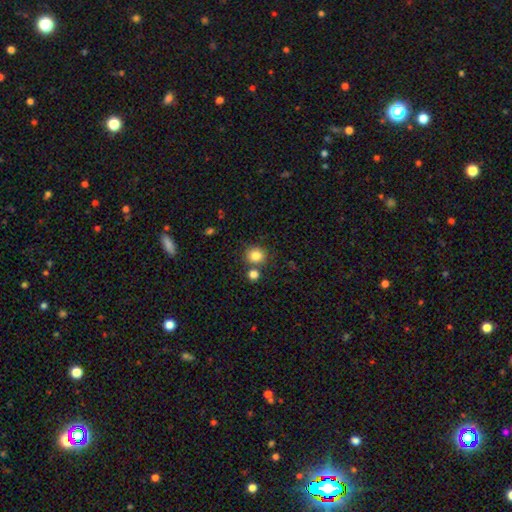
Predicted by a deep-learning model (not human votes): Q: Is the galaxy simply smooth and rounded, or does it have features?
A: smooth — 83%.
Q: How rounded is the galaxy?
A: round — 85%.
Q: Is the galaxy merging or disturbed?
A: none — 74%.